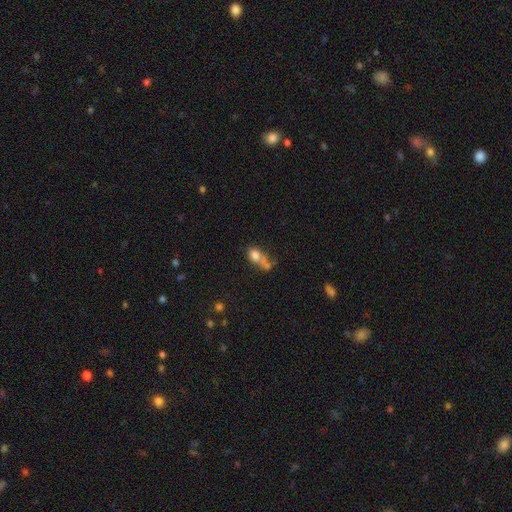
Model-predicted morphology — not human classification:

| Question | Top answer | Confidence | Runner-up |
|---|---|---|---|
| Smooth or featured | smooth | 72% | featured or disk (16%) |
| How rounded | in between | 64% | round (31%) |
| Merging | merger | 48% | none (26%) |